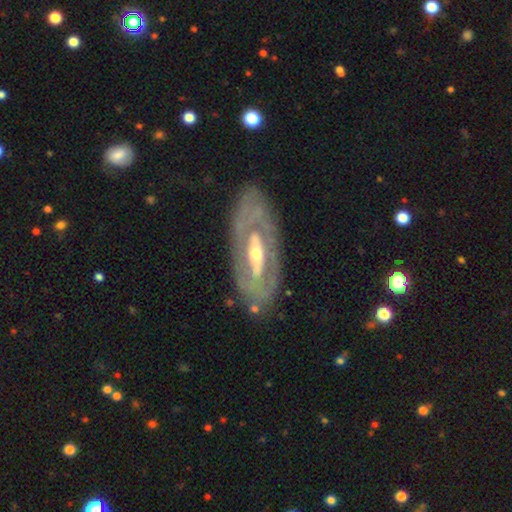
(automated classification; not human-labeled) featured or disk 79%, smooth 16%, star or artifact 5%. Down the decision tree: edge-on disk — no (86%); bar — no (38%); spiral arms — yes (50%, tied with no); bulge size — moderate (62%); merging — none (77%).